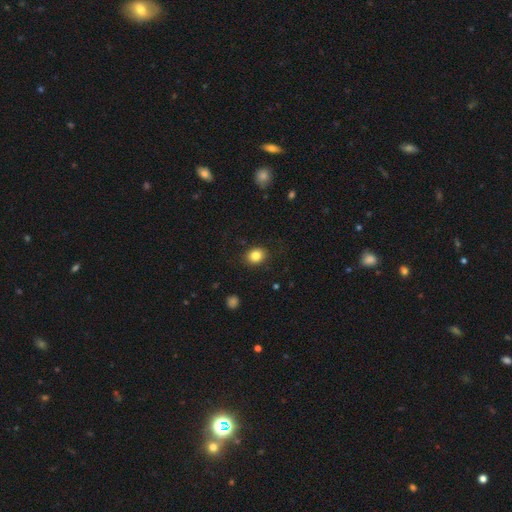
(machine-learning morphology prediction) Overall: smooth (83%). How rounded: round (58%; in between 41%). Merging: none (88%).